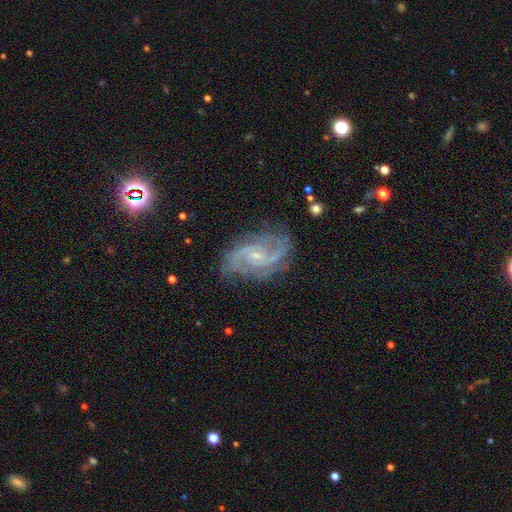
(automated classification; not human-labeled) Q: Smooth or featured?
A: featured or disk (90%); runner-up: star or artifact (6%)
Q: Edge-on disk?
A: no (97%); runner-up: yes (3%)
Q: Bar?
A: no (53%); runner-up: weak (38%)
Q: Spiral arms?
A: yes (98%); runner-up: no (2%)
Q: Spiral winding?
A: medium (54%); runner-up: tight (28%)
Q: Spiral arm count?
A: 2 (73%); runner-up: 3 (10%)
Q: Bulge size?
A: small (80%); runner-up: moderate (15%)
Q: Merging?
A: none (75%); runner-up: minor disturbance (17%)